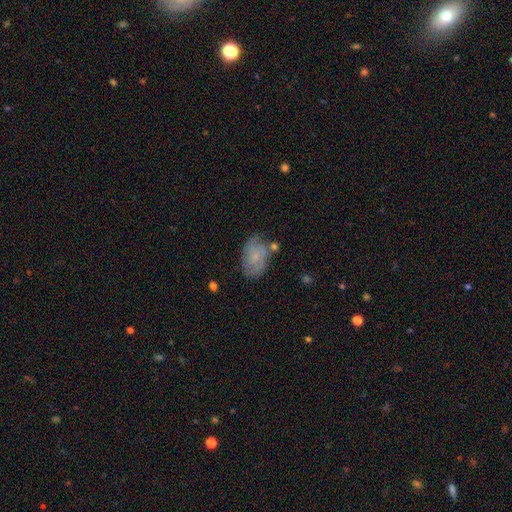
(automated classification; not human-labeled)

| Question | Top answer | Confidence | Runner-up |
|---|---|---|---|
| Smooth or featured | featured or disk | 56% | smooth (35%) |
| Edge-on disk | no | 97% | yes (3%) |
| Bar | no | 69% | weak (28%) |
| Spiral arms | yes | 83% | no (17%) |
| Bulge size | small | 64% | moderate (17%) |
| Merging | none | 63% | minor disturbance (23%) |